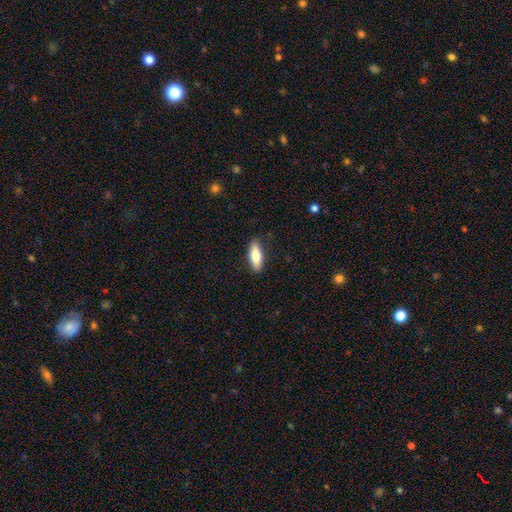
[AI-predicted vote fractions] A smooth galaxy with no disk features (73%) that is in between round and cigar-shaped (59%).

Vote fractions:
- Smooth or featured? smooth: 73% / featured or disk: 21% / star or artifact: 6%
- How rounded? in between: 59% / cigar-shaped: 39% / round: 2%
- Merging? none: 88% / minor disturbance: 9% / major disturbance: 2% / merger: 1%